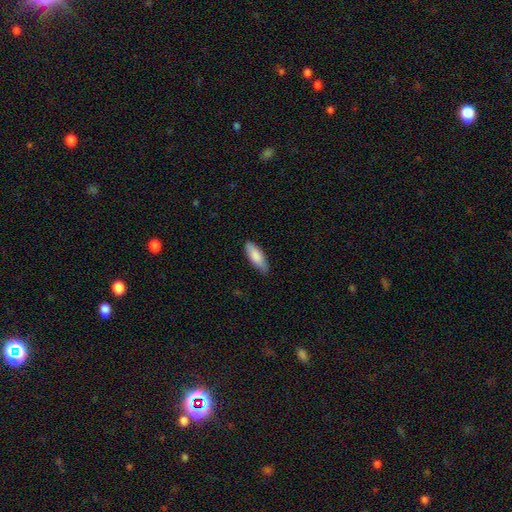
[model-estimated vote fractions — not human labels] smooth 85%, featured or disk 10%, star or artifact 5%. Down the decision tree: how rounded — in between (66%); merging — none (83%).